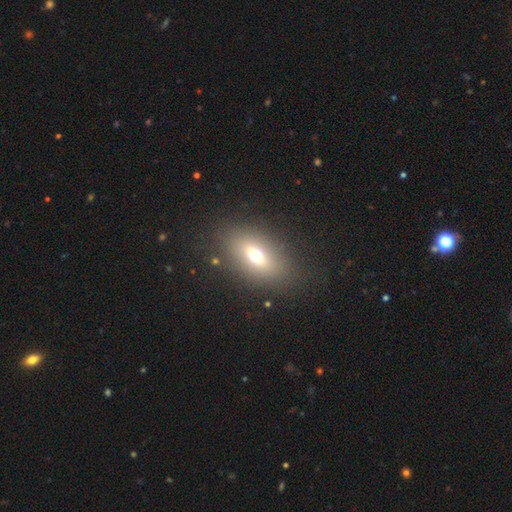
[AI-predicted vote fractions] Morphology: type=smooth (62%); roundness=in between (77%); merging=none (83%).